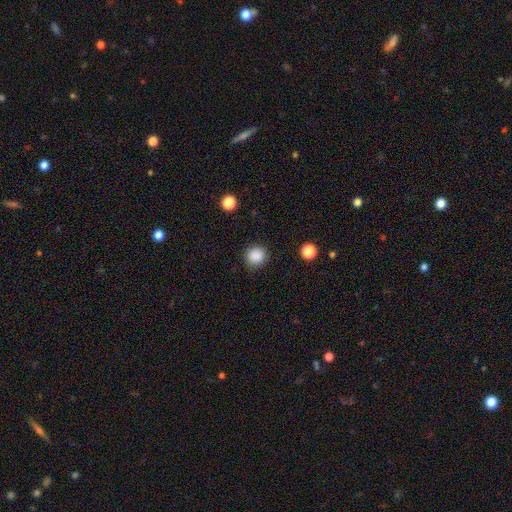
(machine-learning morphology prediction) The model was most divided on "smooth or featured": smooth: 87%, star or artifact: 10%, featured or disk: 3%. More confident: how rounded — round (90%); merging — none (88%).